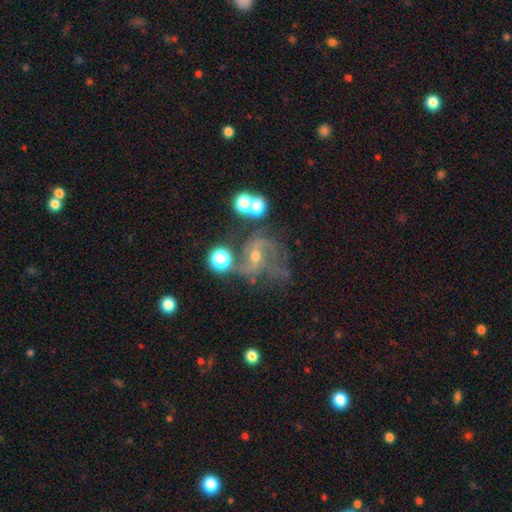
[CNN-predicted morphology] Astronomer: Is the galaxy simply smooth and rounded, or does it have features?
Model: featured or disk — 73%.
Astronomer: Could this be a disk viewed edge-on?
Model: no — 97%.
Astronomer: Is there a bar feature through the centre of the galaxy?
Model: weak — 43% (runner-up: no, 34%).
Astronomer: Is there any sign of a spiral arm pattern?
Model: yes — 91%.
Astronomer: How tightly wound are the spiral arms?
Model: loose — 49% (runner-up: medium, 40%).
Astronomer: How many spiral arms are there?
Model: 2 — 76%.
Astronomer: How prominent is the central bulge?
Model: small — 48% (runner-up: moderate, 45%).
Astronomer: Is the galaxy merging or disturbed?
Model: none — 47% (runner-up: major disturbance, 22%).